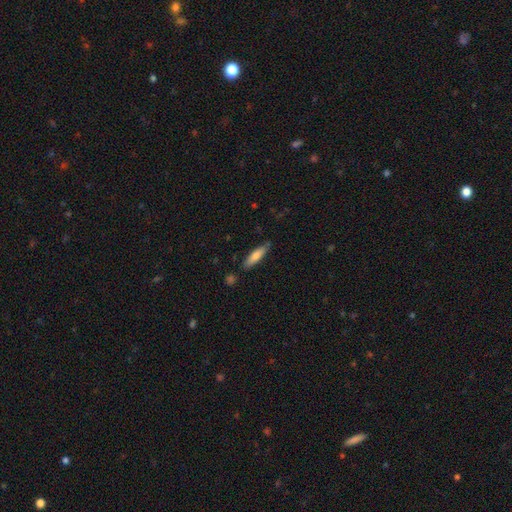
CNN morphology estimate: This is likely a smooth galaxy (73%). How rounded: likely cigar-shaped (70%). Merging: clearly none (81%).